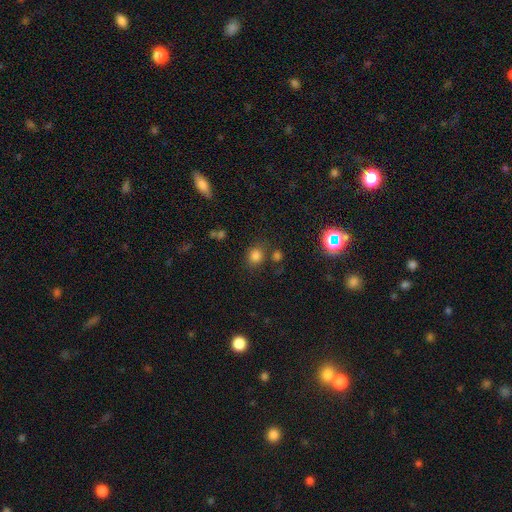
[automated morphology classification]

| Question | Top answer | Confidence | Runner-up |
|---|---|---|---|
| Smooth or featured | smooth | 78% | star or artifact (17%) |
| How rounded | round | 74% | in between (25%) |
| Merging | none | 74% | minor disturbance (12%) |